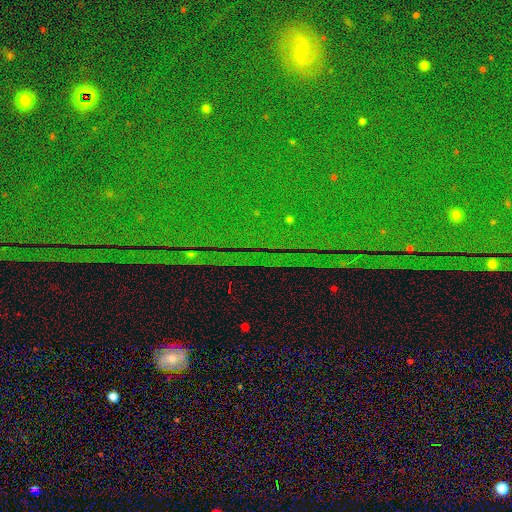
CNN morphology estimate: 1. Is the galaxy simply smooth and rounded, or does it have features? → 83% star or artifact, 9% smooth, 8% featured or disk.